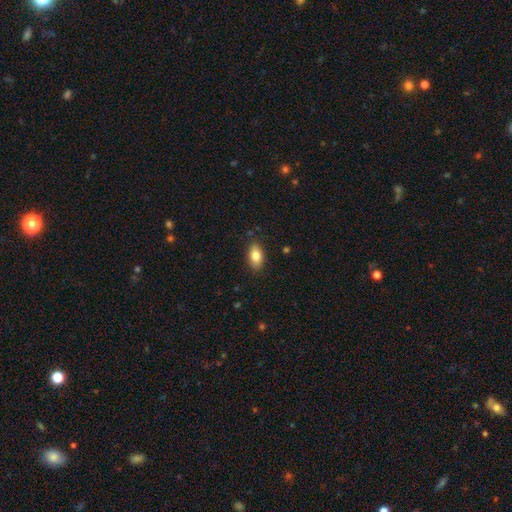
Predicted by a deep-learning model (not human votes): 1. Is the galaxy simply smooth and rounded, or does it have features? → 81% smooth, 11% featured or disk, 7% star or artifact.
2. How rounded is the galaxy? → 90% in between, 5% round, 5% cigar-shaped.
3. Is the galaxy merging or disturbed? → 86% none, 11% minor disturbance, 2% major disturbance, 1% merger.